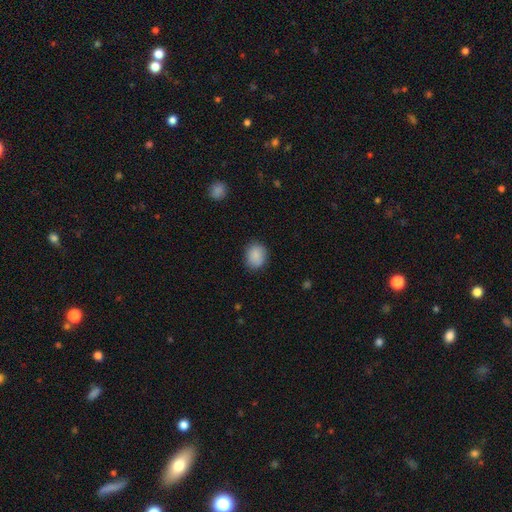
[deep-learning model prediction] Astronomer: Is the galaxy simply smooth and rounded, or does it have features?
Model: smooth — 88%.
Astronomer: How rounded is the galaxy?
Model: round — 53% (runner-up: in between, 46%).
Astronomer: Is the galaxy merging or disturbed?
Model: none — 83%.